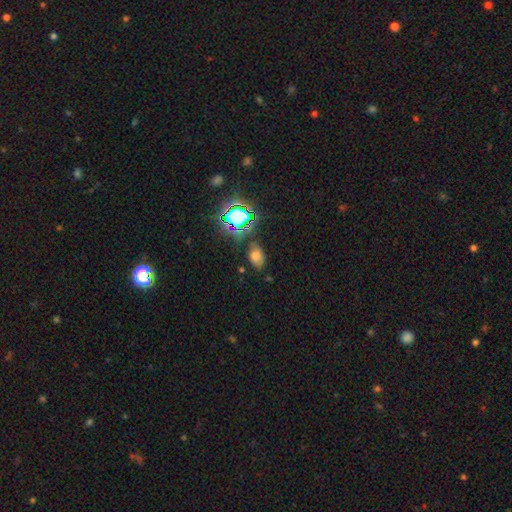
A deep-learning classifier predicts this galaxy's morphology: A smooth galaxy with no disk features (64%) that is in between round and cigar-shaped (86%).

Vote fractions:
- Smooth or featured? smooth: 64% / star or artifact: 25% / featured or disk: 11%
- How rounded? in between: 86% / round: 12% / cigar-shaped: 2%
- Merging? none: 76% / minor disturbance: 16% / major disturbance: 5% / merger: 3%